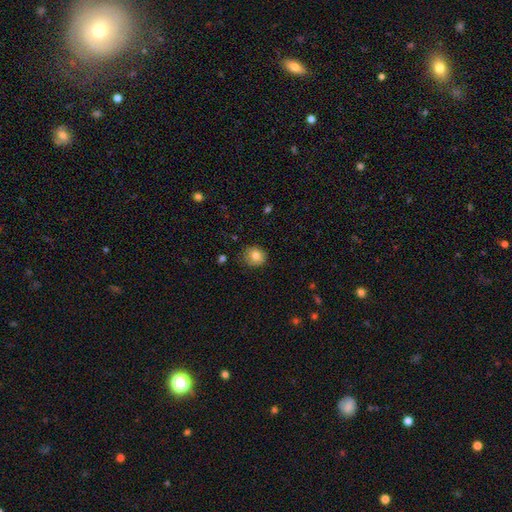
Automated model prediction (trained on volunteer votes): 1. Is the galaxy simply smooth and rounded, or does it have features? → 80% smooth, 11% featured or disk, 9% star or artifact.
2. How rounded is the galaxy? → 79% round, 21% in between, 1% cigar-shaped.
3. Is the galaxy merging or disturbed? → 78% none, 17% minor disturbance, 3% major disturbance, 1% merger.